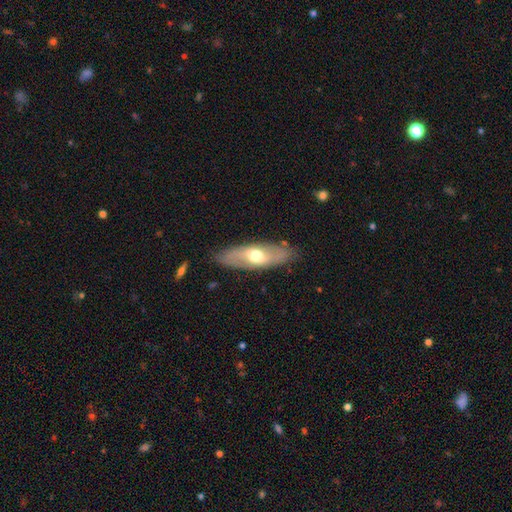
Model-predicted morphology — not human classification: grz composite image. It shows a smooth galaxy with no disk features (49%). Merging: none (84%).